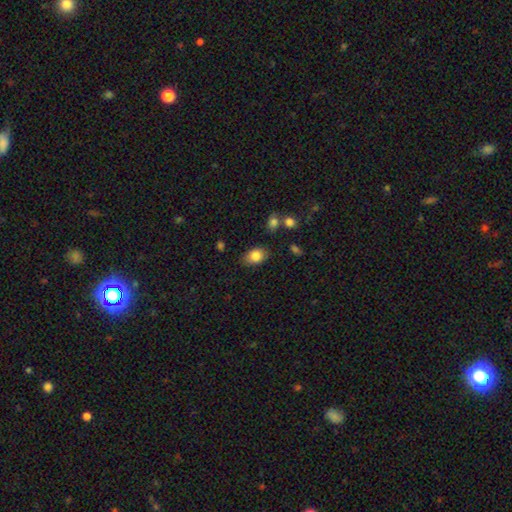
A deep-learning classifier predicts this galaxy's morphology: Q: Smooth or featured?
A: smooth (83%); runner-up: featured or disk (8%)
Q: How rounded?
A: in between (80%); runner-up: round (19%)
Q: Merging?
A: none (80%); runner-up: minor disturbance (15%)